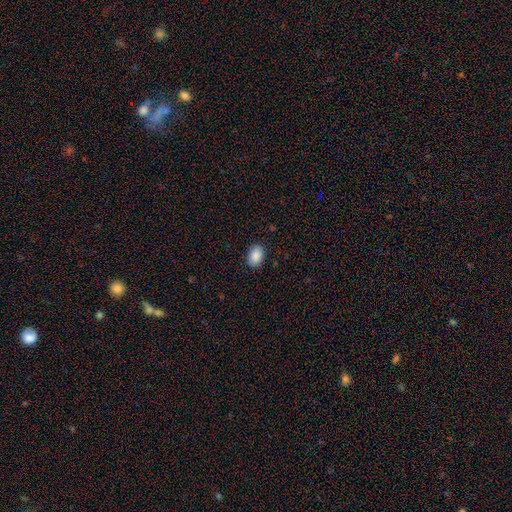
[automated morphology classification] This is clearly a smooth galaxy (90%). How rounded: clearly in between (83%). Merging: clearly none (87%).